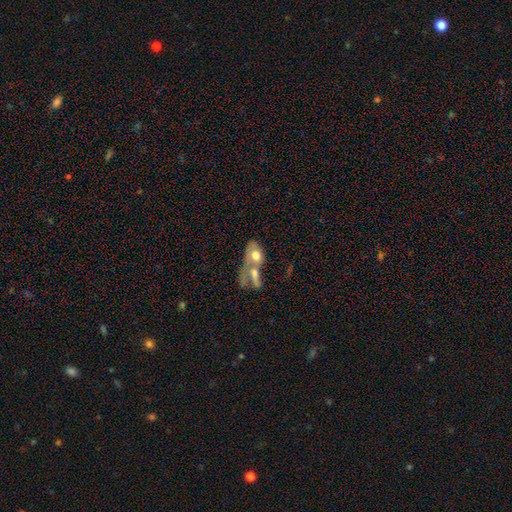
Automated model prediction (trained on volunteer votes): Smooth or featured?
  - smooth: 59% *
  - featured or disk: 34%
  - star or artifact: 8%
How rounded?
  - in between: 78% *
  - round: 15%
  - cigar-shaped: 7%
Merging?
  - merger: 71% *
  - major disturbance: 12%
  - none: 11%
  - minor disturbance: 6%